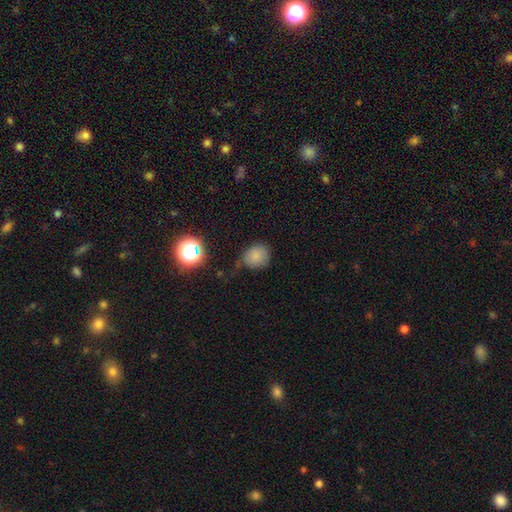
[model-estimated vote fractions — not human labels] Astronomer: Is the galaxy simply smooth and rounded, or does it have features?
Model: smooth — 78%.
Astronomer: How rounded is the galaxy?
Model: round — 74%.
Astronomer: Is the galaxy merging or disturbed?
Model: none — 61%.